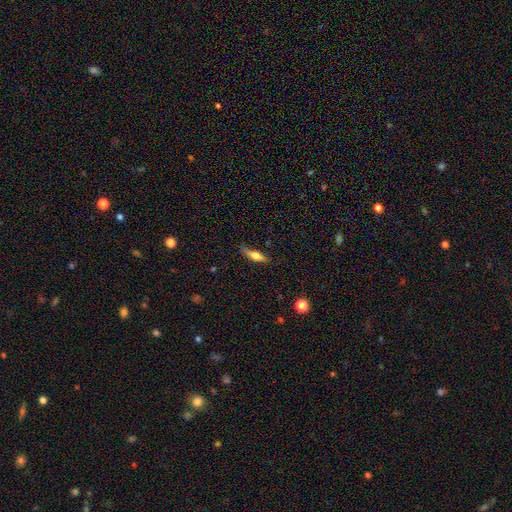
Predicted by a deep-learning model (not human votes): Morphology: type=smooth (56%); roundness=cigar-shaped (57%); merging=none (57%).